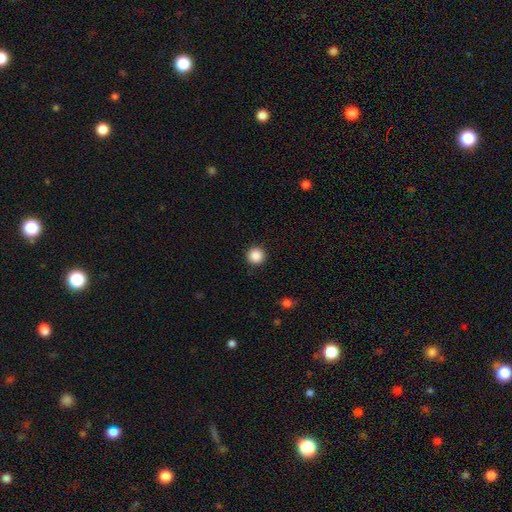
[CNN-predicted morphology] Smooth or featured? Predicted: smooth (p=0.88). How rounded? Predicted: round (p=0.96). Merging? Predicted: none (p=0.92).